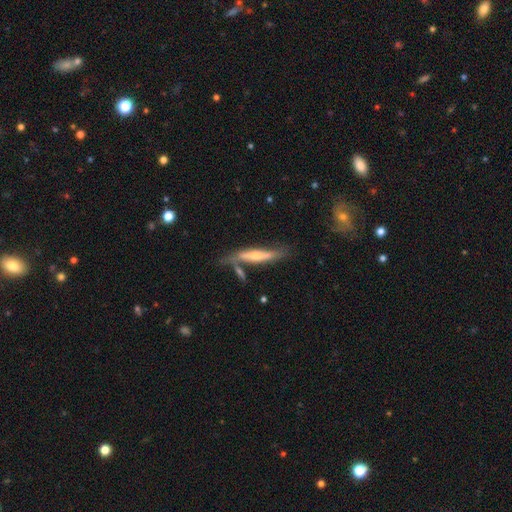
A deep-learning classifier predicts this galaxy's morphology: The model was most divided on "smooth or featured": featured or disk: 56%, smooth: 38%, star or artifact: 6%. More confident: edge-on disk — yes (81%); merging — none (56%).